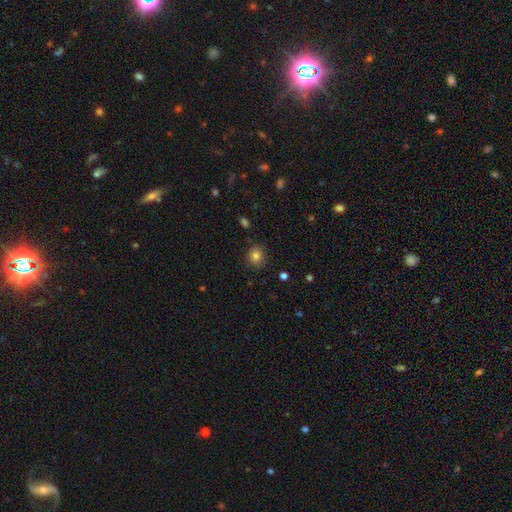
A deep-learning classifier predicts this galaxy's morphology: smooth_or_featured: smooth (p=0.82) [alt: star or artifact p=0.12]
how_rounded: round (p=0.81) [alt: in between p=0.18]
merging: none (p=0.85) [alt: minor disturbance p=0.11]